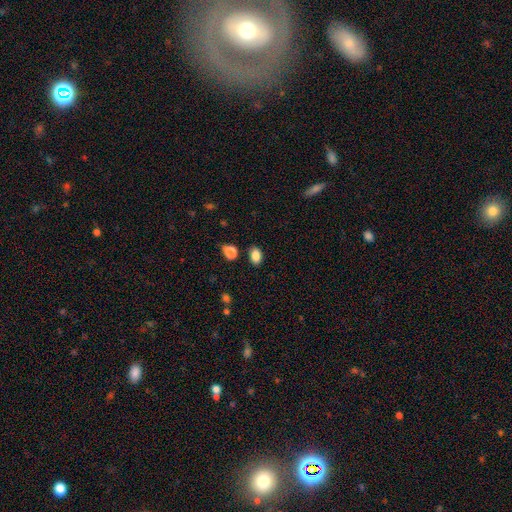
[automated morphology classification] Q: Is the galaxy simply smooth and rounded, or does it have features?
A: smooth — 86%.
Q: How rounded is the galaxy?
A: in between — 81%.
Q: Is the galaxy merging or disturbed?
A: none — 84%.